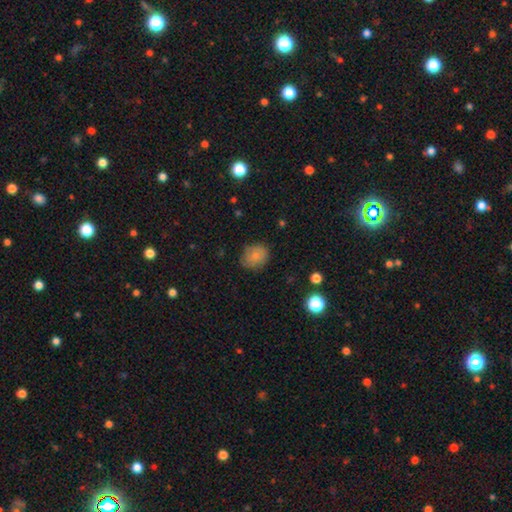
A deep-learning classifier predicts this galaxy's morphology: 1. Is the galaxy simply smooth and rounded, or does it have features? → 77% smooth, 14% featured or disk, 9% star or artifact.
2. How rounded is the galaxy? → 73% round, 26% in between, 1% cigar-shaped.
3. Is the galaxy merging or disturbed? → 75% none, 20% minor disturbance, 5% major disturbance, 1% merger.